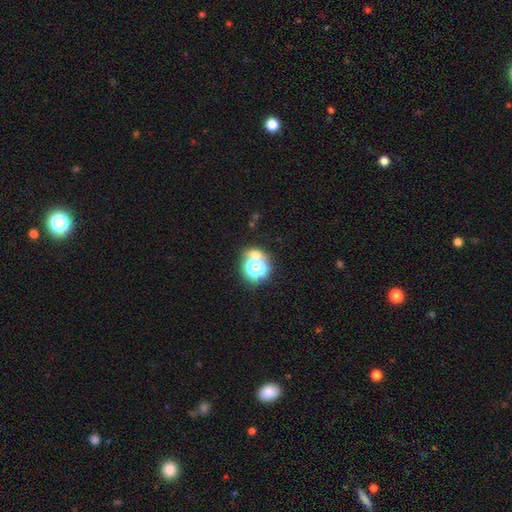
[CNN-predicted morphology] A smooth galaxy with no disk features (46%).

Vote fractions:
- Smooth or featured? smooth: 46% / star or artifact: 43% / featured or disk: 11%
- Merging? none: 63% / merger: 17% / minor disturbance: 12% / major disturbance: 8%